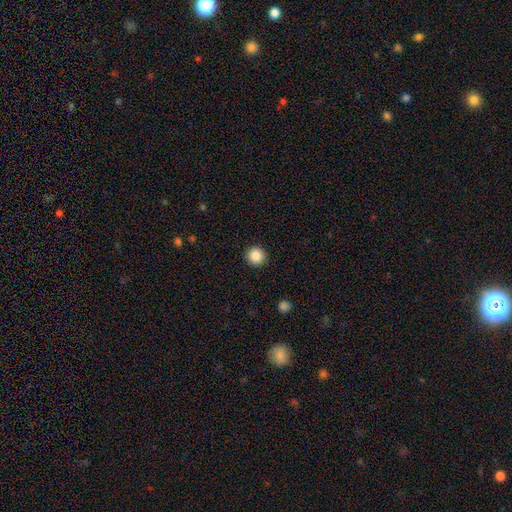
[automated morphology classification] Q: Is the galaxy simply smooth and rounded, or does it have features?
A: smooth — 87%.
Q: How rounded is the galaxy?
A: round — 94%.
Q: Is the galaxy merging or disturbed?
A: none — 93%.